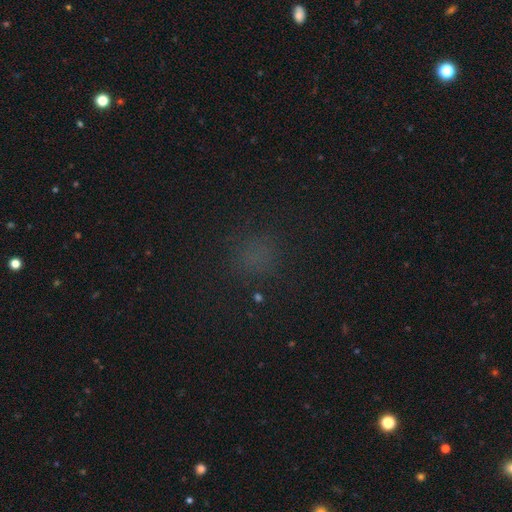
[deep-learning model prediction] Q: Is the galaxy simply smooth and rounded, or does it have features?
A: smooth — 59%.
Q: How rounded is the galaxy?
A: round — 88%.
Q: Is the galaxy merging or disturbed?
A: none — 86%.